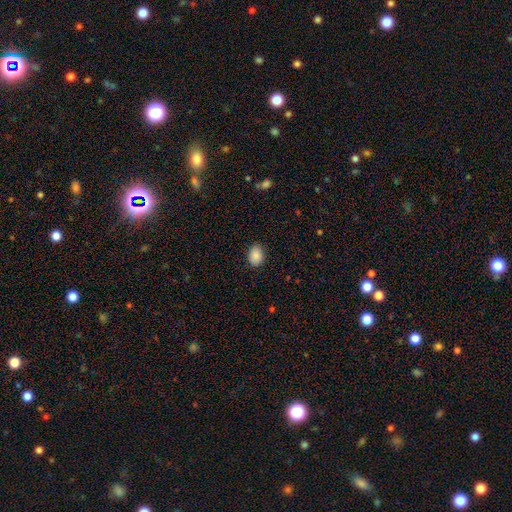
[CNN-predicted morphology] This appears to be a smooth galaxy with no disk features (87%) that is in between round and cigar-shaped (75%). Merging: none (85%).